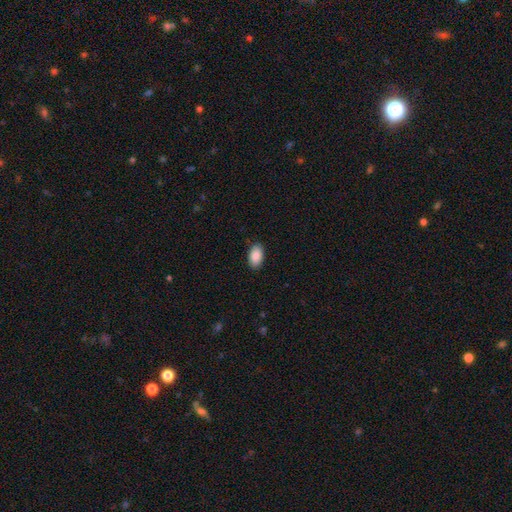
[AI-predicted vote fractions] Smooth or featured? smooth (88%)
How rounded? in between (94%)
Merging? none (89%)